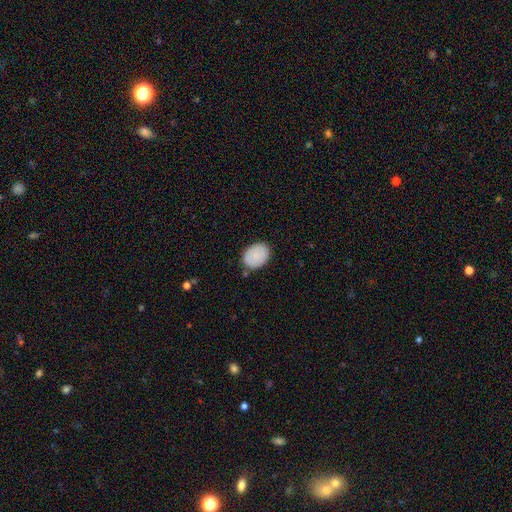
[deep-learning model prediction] Morphology: type=smooth (86%); roundness=in between (72%); merging=none (81%).